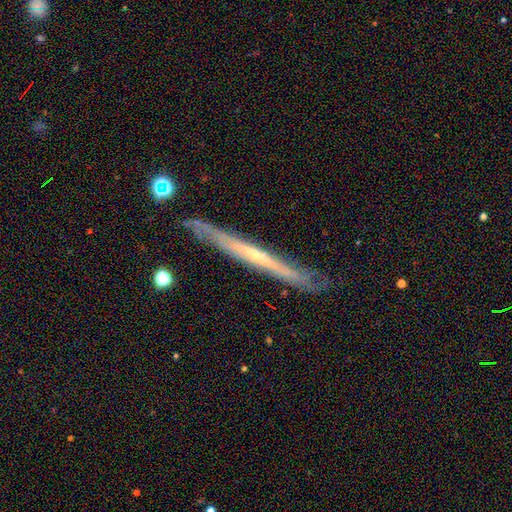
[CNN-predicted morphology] smooth-or-featured: featured or disk: 74% | smooth: 19% | star or artifact: 7%
  disk-edge-on: yes: 92% | no: 8%
    edge-on-bulge: none: 57% | rounded: 40% | boxy: 3%
  merging: none: 81% | minor disturbance: 15% | major disturbance: 3% | merger: 2%